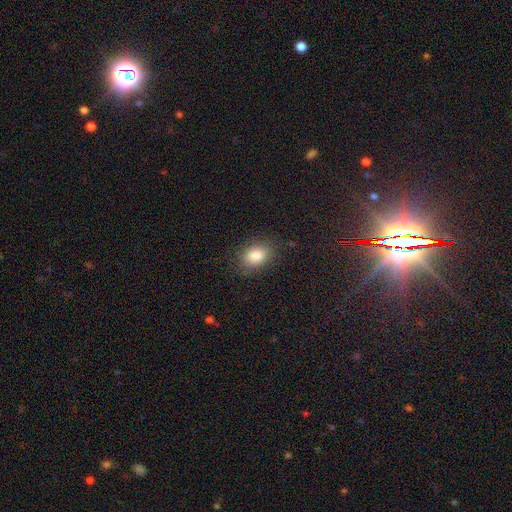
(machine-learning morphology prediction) smooth_or_featured: smooth (p=0.84) [alt: star or artifact p=0.09]
how_rounded: in between (p=0.75) [alt: round p=0.24]
merging: none (p=0.83) [alt: minor disturbance p=0.12]